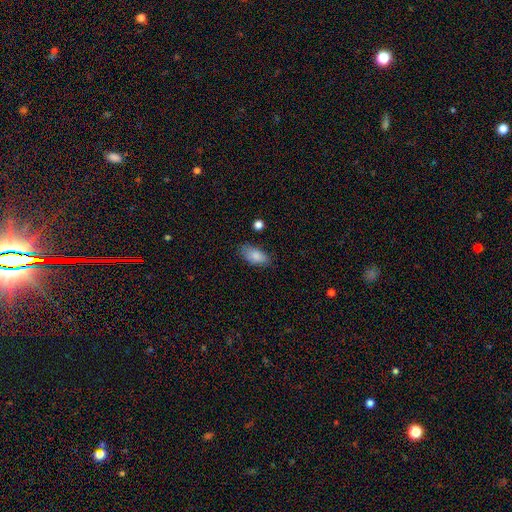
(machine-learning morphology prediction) Overall: smooth (85%). How rounded: in between (91%). Merging: none (73%).